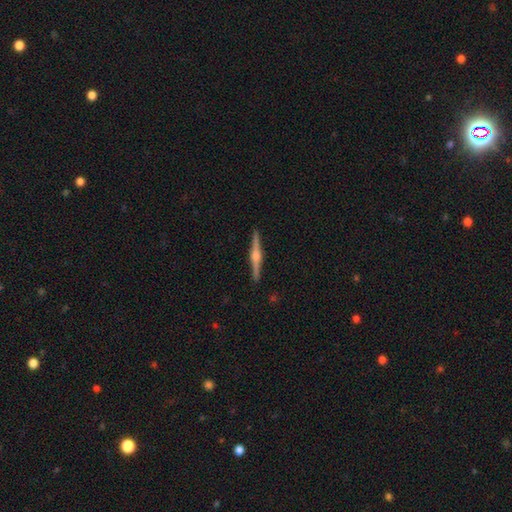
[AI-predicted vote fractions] Q: Smooth or featured?
A: featured or disk (83%); runner-up: smooth (12%)
Q: Edge-on disk?
A: yes (99%); runner-up: no (1%)
Q: Edge-on bulge?
A: rounded (86%); runner-up: boxy (10%)
Q: Merging?
A: none (93%); runner-up: minor disturbance (5%)